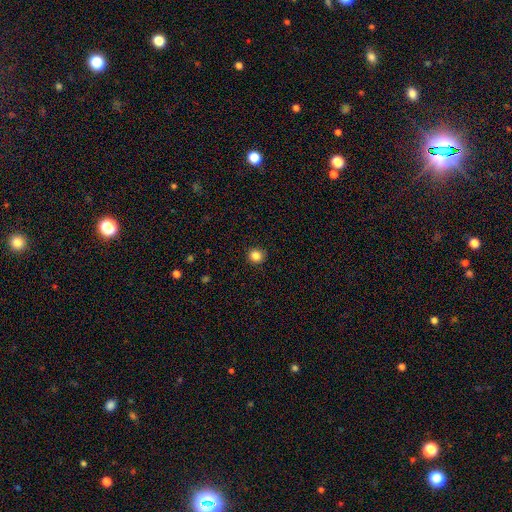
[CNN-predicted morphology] A smooth galaxy with no disk features (85%) that is round (89%).

Vote fractions:
- Smooth or featured? smooth: 85% / star or artifact: 11% / featured or disk: 4%
- How rounded? round: 89% / in between: 10% / cigar-shaped: 1%
- Merging? none: 91% / minor disturbance: 6% / major disturbance: 2% / merger: 1%